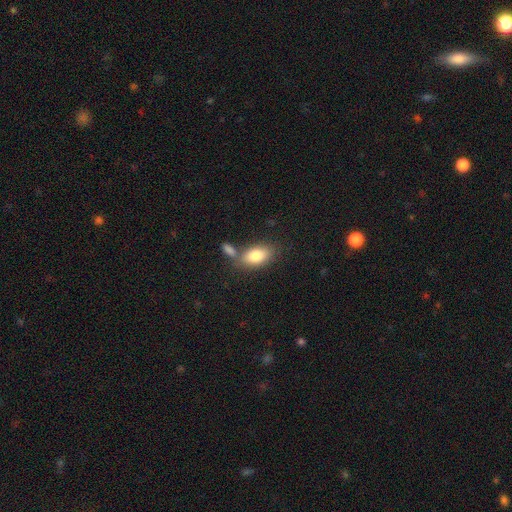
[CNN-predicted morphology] Smooth or featured? Predicted: smooth (p=0.81). How rounded? Predicted: in between (p=0.90). Merging? Predicted: none (p=0.57).